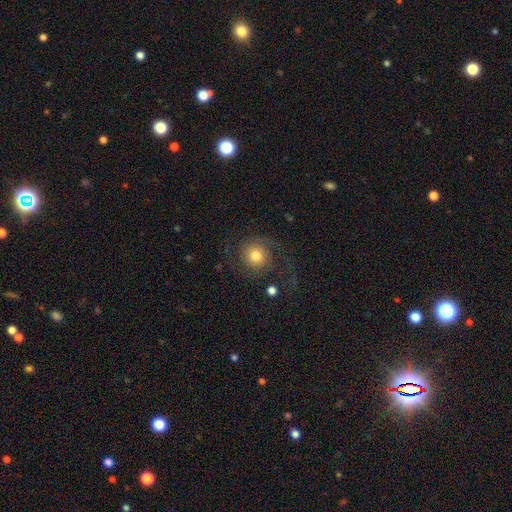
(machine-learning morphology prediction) Overall: featured or disk (59%; smooth 32%). Edge-on disk: no (98%). Bar: no (78%). Spiral arms: yes (89%). Spiral arm count: 2 (82%). Spiral winding: medium (41%; loose 40%). Bulge size: moderate (63%). Merging: none (66%).